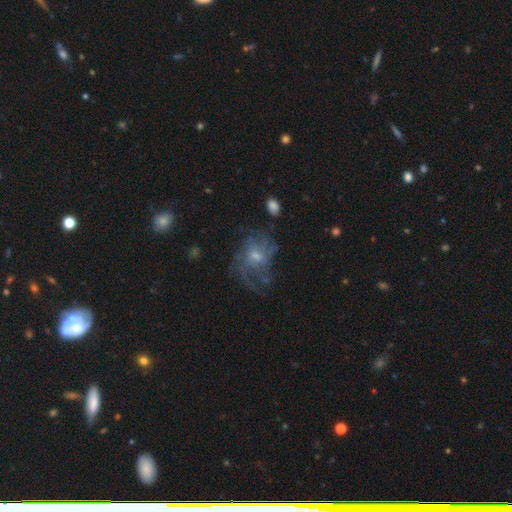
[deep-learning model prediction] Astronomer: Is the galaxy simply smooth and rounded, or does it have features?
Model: featured or disk — 60%.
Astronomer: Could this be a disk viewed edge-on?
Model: no — 97%.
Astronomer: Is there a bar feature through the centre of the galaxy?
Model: no — 71%.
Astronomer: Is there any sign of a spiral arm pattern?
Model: yes — 64%.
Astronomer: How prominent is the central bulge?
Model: small — 48% (runner-up: moderate, 42%).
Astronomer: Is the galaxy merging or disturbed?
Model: none — 47% (runner-up: major disturbance, 30%).